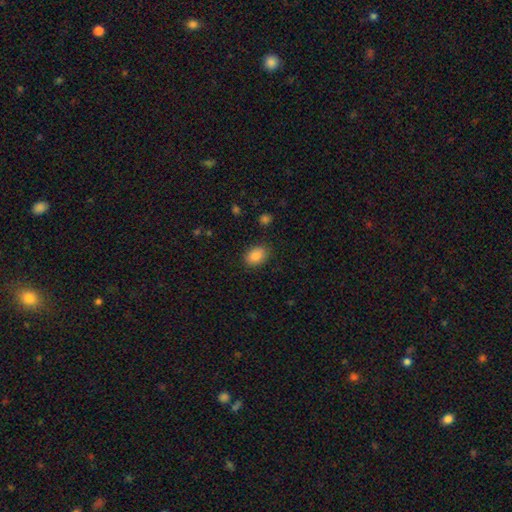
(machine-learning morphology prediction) The model was most divided on "how rounded": in between: 76%, round: 23%, cigar-shaped: 1%. More confident: smooth or featured — smooth (87%); merging — none (86%).